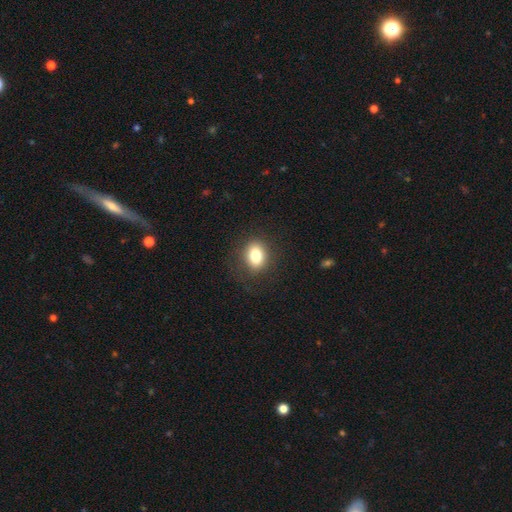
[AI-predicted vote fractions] A smooth galaxy with no disk features (82%) that is in between round and cigar-shaped (66%).

Vote fractions:
- Smooth or featured? smooth: 82% / star or artifact: 10% / featured or disk: 8%
- How rounded? in between: 66% / round: 33% / cigar-shaped: 1%
- Merging? none: 86% / minor disturbance: 10% / major disturbance: 4% / merger: 1%